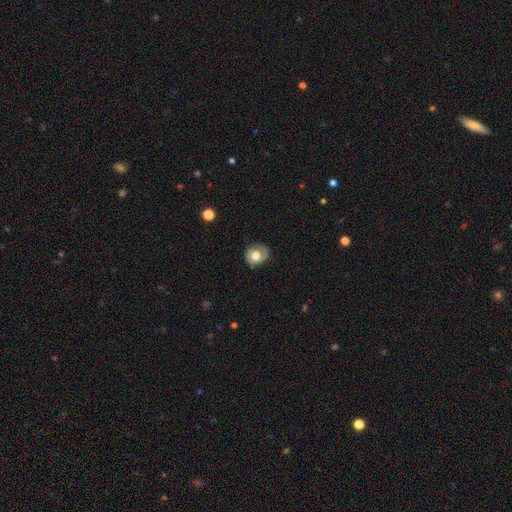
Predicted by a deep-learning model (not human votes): This is possibly a smooth galaxy (49%). Merging: likely none (74%).